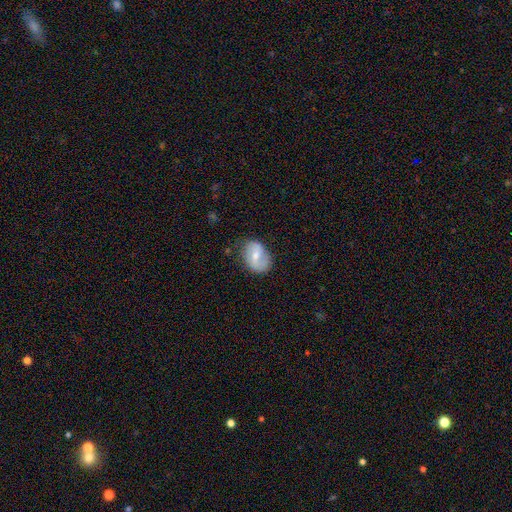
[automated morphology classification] Overall: featured or disk (47%; smooth 46%). Merging: none (66%).